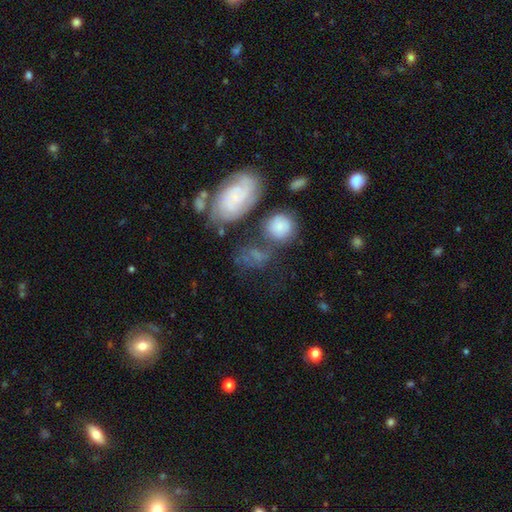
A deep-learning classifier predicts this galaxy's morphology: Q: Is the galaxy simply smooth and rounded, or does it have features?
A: featured or disk — 46%.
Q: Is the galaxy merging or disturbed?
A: none — 49%.